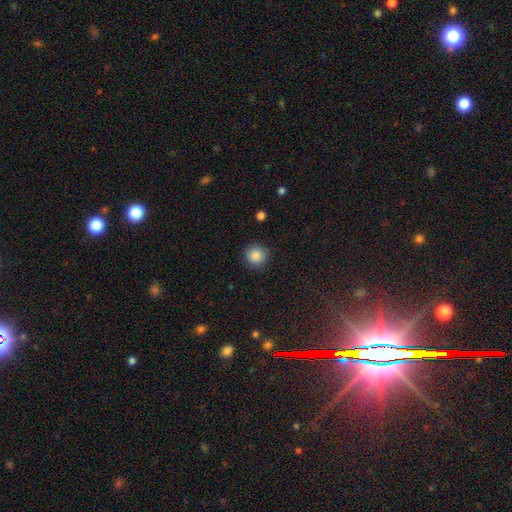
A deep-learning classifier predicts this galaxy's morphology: Q: Smooth or featured?
A: smooth (86%); runner-up: star or artifact (9%)
Q: How rounded?
A: round (95%); runner-up: in between (4%)
Q: Merging?
A: none (89%); runner-up: minor disturbance (7%)